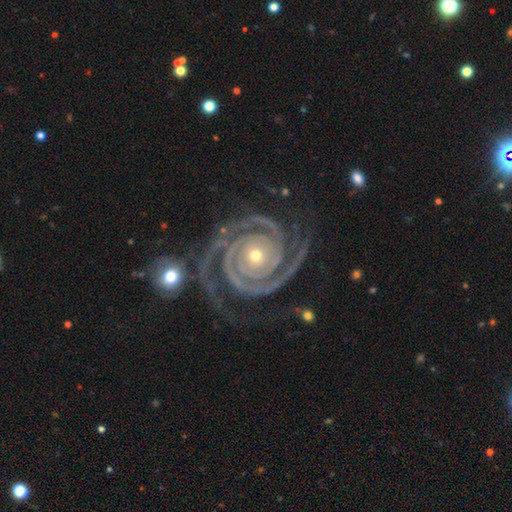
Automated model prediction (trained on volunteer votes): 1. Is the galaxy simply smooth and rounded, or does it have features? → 94% featured or disk, 4% star or artifact, 2% smooth.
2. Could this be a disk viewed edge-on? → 98% no, 2% yes.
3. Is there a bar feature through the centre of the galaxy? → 78% no, 12% weak, 10% strong.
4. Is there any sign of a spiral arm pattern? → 99% yes, 1% no.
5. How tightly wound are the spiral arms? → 85% tight, 13% medium, 2% loose.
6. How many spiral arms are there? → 76% 2, 10% 3, 4% can't tell, 4% 4, 3% more than 4, 3% 1.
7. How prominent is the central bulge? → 59% small, 37% moderate, 2% large, 1% none, 1% dominant.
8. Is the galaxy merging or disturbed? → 76% none, 14% minor disturbance, 7% major disturbance, 3% merger.